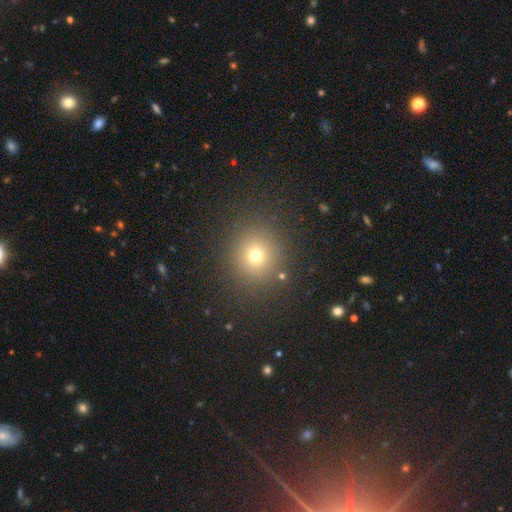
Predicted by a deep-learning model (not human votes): This is likely a smooth galaxy (71%). How rounded: clearly round (86%). Merging: clearly none (87%).